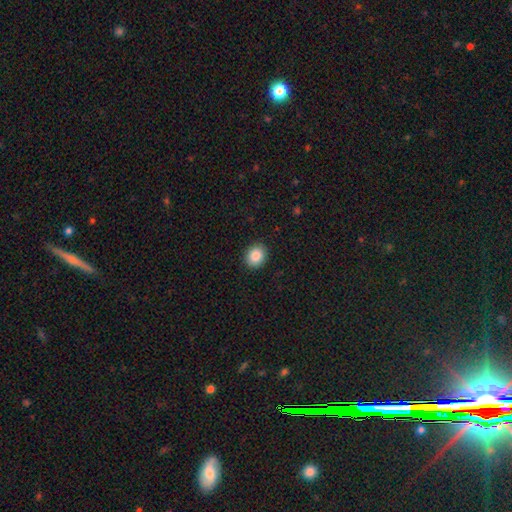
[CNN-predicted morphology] Smooth or featured? smooth (87%)
How rounded? round (61%)
Merging? none (91%)